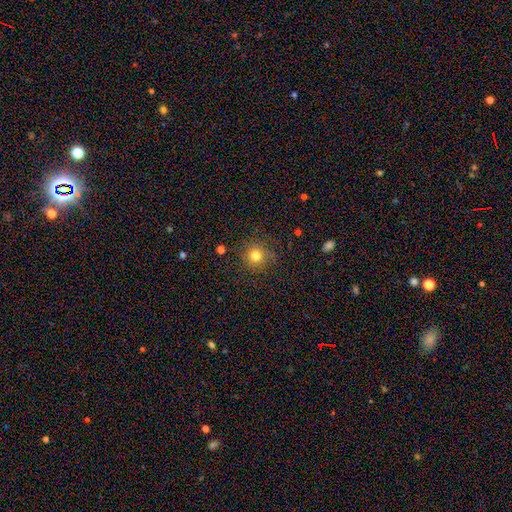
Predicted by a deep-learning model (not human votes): Smooth or featured?
  - smooth: 78% *
  - star or artifact: 16%
  - featured or disk: 7%
How rounded?
  - round: 94% *
  - in between: 5%
  - cigar-shaped: 1%
Merging?
  - none: 86% *
  - minor disturbance: 9%
  - major disturbance: 3%
  - merger: 1%